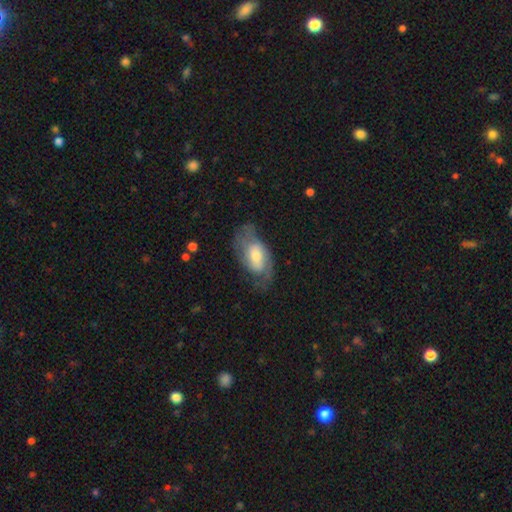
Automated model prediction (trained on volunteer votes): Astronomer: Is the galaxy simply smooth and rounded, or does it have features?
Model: featured or disk — 62%.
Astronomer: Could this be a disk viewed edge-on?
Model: no — 93%.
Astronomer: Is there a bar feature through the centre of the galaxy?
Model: no — 50% (runner-up: weak, 39%).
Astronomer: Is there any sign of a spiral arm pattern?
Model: yes — 82%.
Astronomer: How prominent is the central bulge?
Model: moderate — 58%.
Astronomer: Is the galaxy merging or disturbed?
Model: none — 58%.